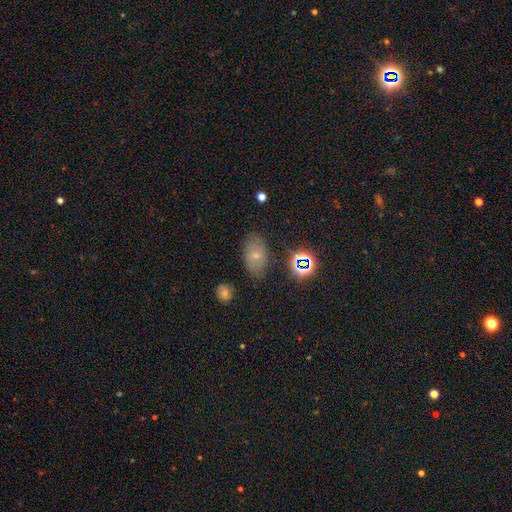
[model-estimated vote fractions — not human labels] Smooth or featured? smooth (57%)
How rounded? in between (89%)
Merging? none (75%)